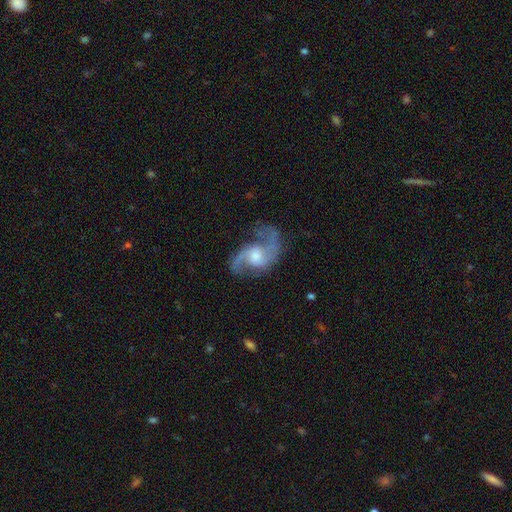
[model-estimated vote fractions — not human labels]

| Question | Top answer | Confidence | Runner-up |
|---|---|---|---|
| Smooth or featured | featured or disk | 89% | star or artifact (5%) |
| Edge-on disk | no | 97% | yes (3%) |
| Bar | no | 51% | weak (42%) |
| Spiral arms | yes | 97% | no (3%) |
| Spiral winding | loose | 49% | medium (44%) |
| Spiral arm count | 2 | 90% | 3 (3%) |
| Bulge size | moderate | 54% | small (32%) |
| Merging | none | 69% | minor disturbance (18%) |